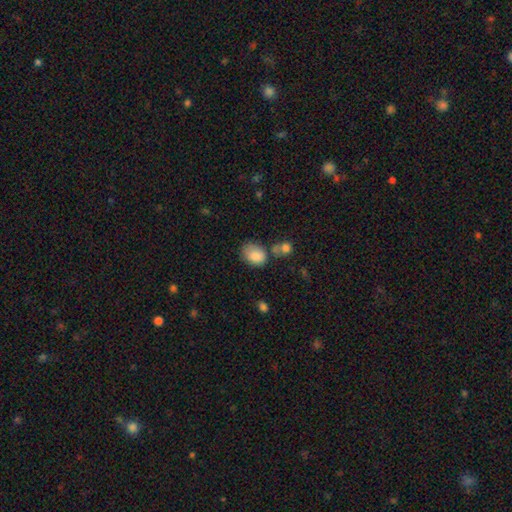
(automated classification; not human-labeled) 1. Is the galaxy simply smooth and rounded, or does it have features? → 85% smooth, 8% star or artifact, 8% featured or disk.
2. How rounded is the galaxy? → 75% in between, 24% round, 1% cigar-shaped.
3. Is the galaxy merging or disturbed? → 49% none, 27% minor disturbance, 14% merger, 10% major disturbance.